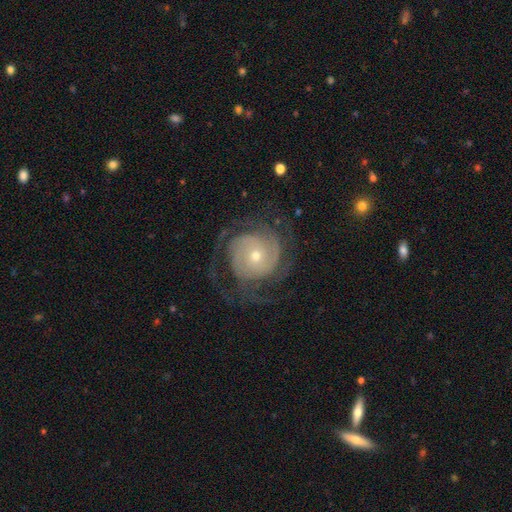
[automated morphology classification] A featured or disk galaxy (86%) with no bar (73%), 2 (39%) tight (63%) spiral arms (96%) and a small central bulge (62%).

Vote fractions:
- Smooth or featured? featured or disk: 86% / smooth: 8% / star or artifact: 5%
- Edge-on disk? no: 98% / yes: 2%
- Bar? no: 73% / weak: 21% / strong: 6%
- Spiral arms? yes: 96% / no: 4%
- Spiral winding? tight: 63% / medium: 29% / loose: 8%
- Spiral arm count? 2: 39% / 3: 22% / can't tell: 21% / 4: 7% / 1: 6% / more than 4: 5%
- Bulge size? small: 62% / moderate: 34% / large: 2% / dominant: 1% / none: 1%
- Merging? none: 69% / minor disturbance: 15% / major disturbance: 15% / merger: 1%